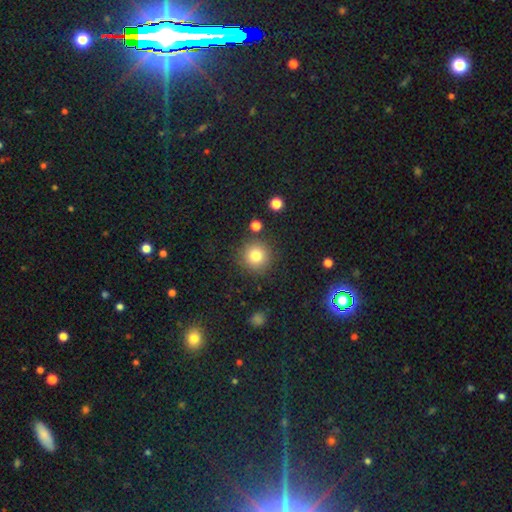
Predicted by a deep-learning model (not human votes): A smooth galaxy with no disk features (80%) that is round (94%). Merging: none (86%).